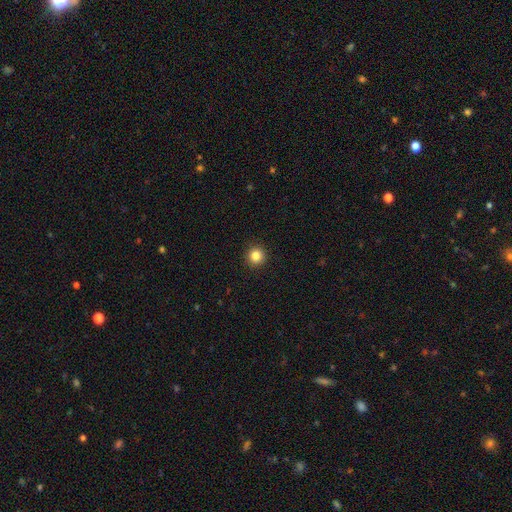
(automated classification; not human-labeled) smooth 85%, star or artifact 11%, featured or disk 4%. Down the decision tree: how rounded — round (94%); merging — none (93%).